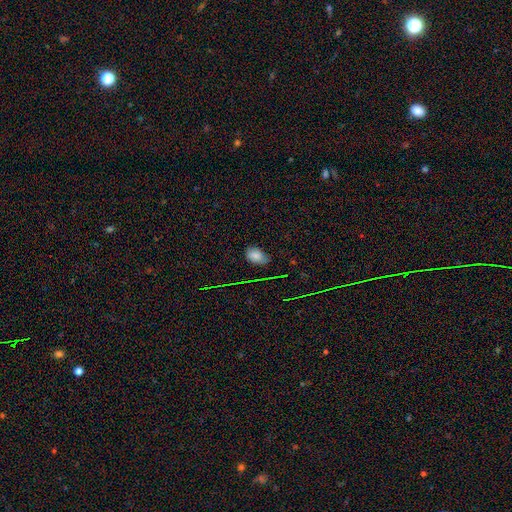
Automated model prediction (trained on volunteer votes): smooth 77%, star or artifact 16%, featured or disk 8%. Down the decision tree: how rounded — in between (87%); merging — none (70%).